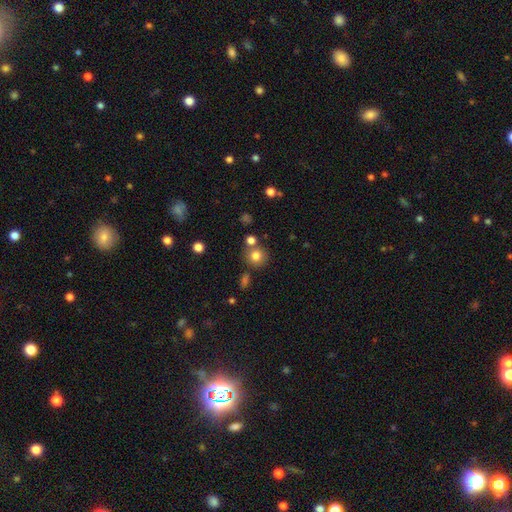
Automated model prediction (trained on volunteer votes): Smooth or featured: smooth — 79% (star or artifact — 12%)
How rounded: round — 88% (in between — 11%)
Merging: none — 72% (merger — 15%)